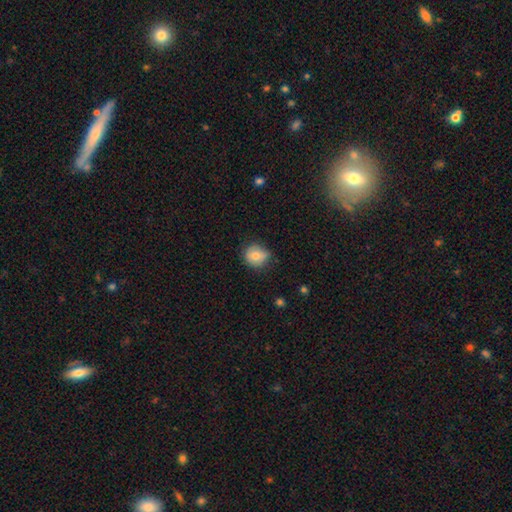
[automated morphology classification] This is likely a smooth galaxy (77%). How rounded: clearly round (85%). Merging: likely none (69%).